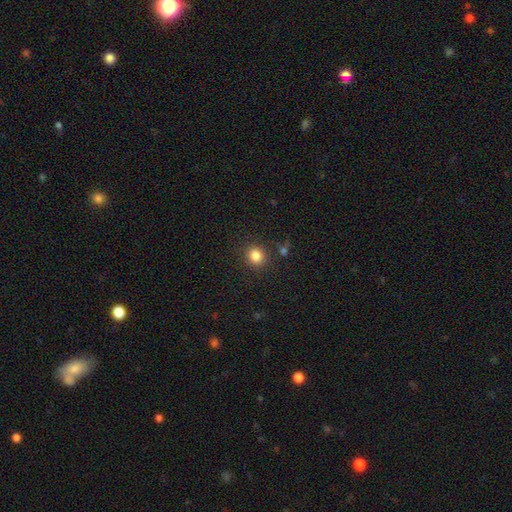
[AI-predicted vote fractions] Morphology: type=smooth (84%); roundness=round (82%); merging=none (86%).